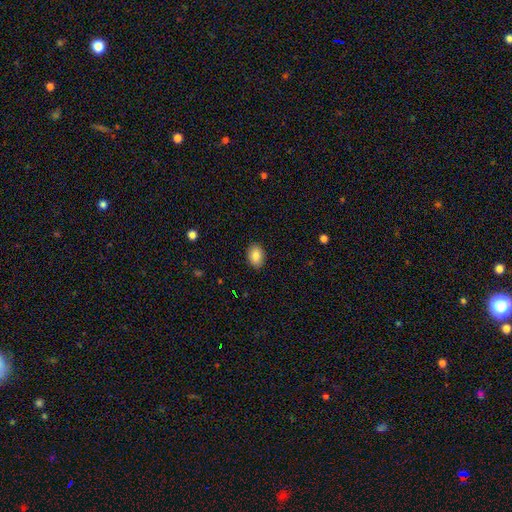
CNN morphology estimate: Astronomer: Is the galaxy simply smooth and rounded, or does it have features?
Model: smooth — 86%.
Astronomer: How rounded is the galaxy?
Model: in between — 78%.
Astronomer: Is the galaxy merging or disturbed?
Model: none — 89%.